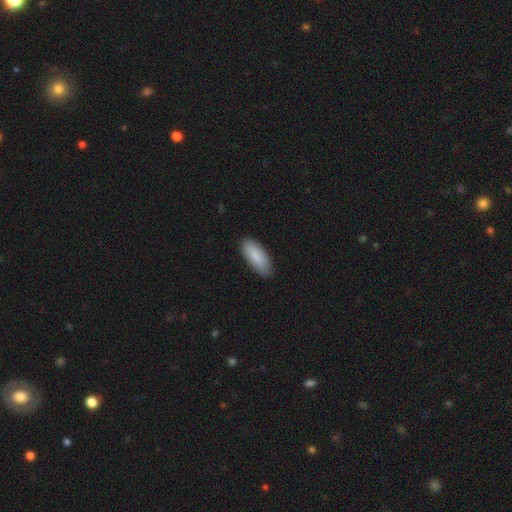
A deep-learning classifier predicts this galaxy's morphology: smooth-or-featured: smooth: 88% | featured or disk: 6% | star or artifact: 5%
  how-rounded: in between: 80% | cigar-shaped: 18% | round: 2%
  merging: none: 87% | minor disturbance: 10% | major disturbance: 2% | merger: 1%